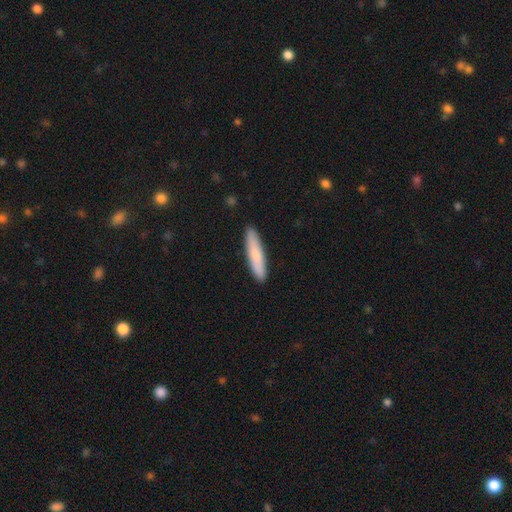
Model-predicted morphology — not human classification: A smooth galaxy with no disk features (79%) that is cigar-shaped (87%).

Vote fractions:
- Smooth or featured? smooth: 79% / featured or disk: 15% / star or artifact: 5%
- How rounded? cigar-shaped: 87% / in between: 11% / round: 1%
- Merging? none: 90% / minor disturbance: 7% / major disturbance: 1% / merger: 1%